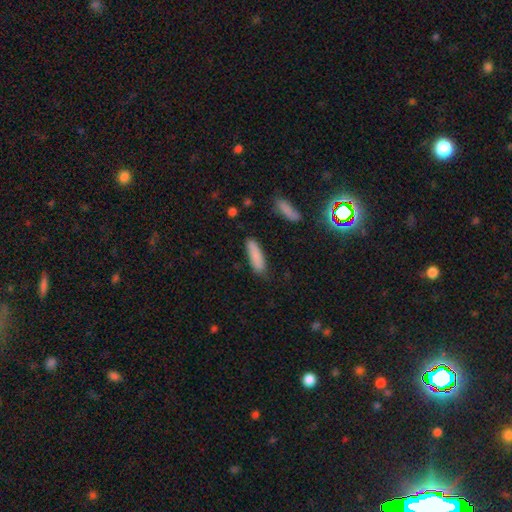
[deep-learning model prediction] smooth_or_featured: smooth (p=0.85) [alt: featured or disk p=0.08]
how_rounded: cigar-shaped (p=0.62) [alt: in between p=0.36]
merging: none (p=0.79) [alt: minor disturbance p=0.15]